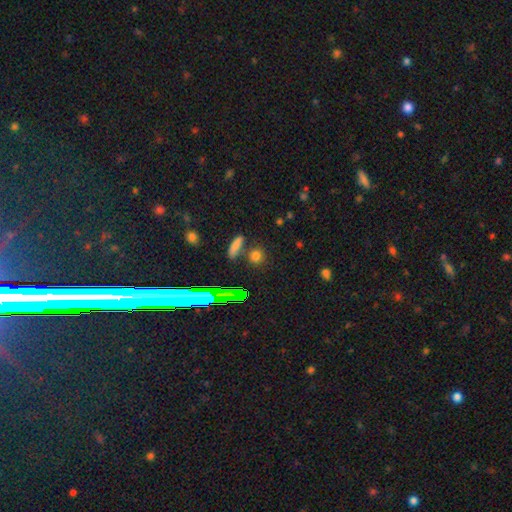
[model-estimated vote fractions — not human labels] Q: Smooth or featured?
A: smooth (67%); runner-up: star or artifact (26%)
Q: How rounded?
A: round (72%); runner-up: in between (20%)
Q: Merging?
A: none (74%); runner-up: merger (14%)